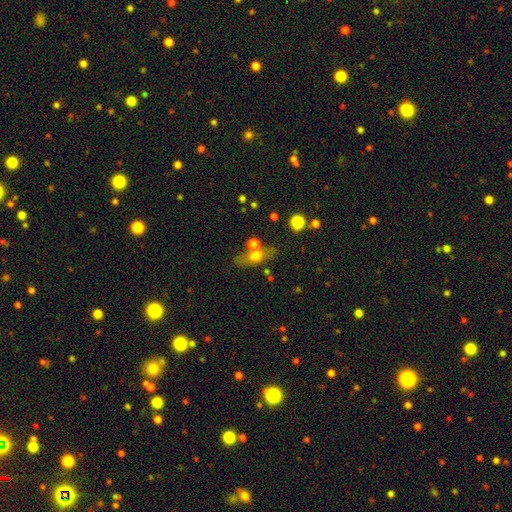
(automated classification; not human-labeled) Q: Smooth or featured?
A: smooth (60%); runner-up: featured or disk (30%)
Q: How rounded?
A: in between (61%); runner-up: cigar-shaped (22%)
Q: Merging?
A: none (55%); runner-up: merger (26%)